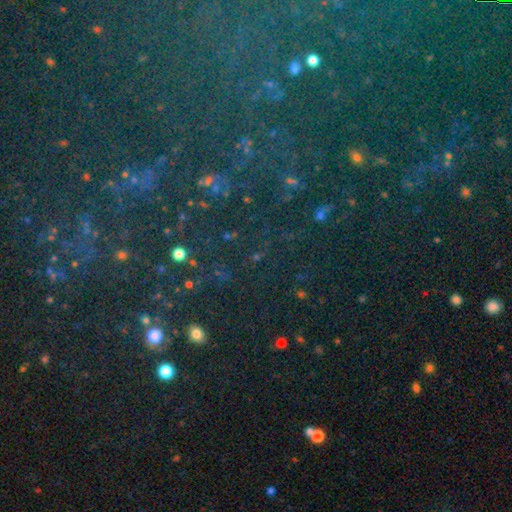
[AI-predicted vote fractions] The model was most divided on "smooth or featured": star or artifact: 72%, smooth: 19%, featured or disk: 9%.